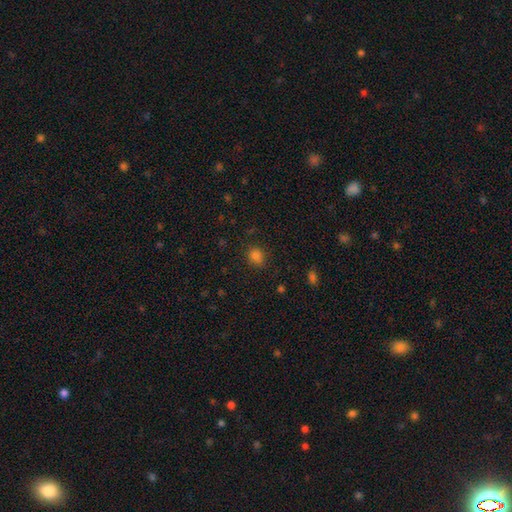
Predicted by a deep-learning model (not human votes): Q: Smooth or featured?
A: smooth (81%); runner-up: star or artifact (15%)
Q: How rounded?
A: round (60%); runner-up: in between (39%)
Q: Merging?
A: none (79%); runner-up: minor disturbance (14%)